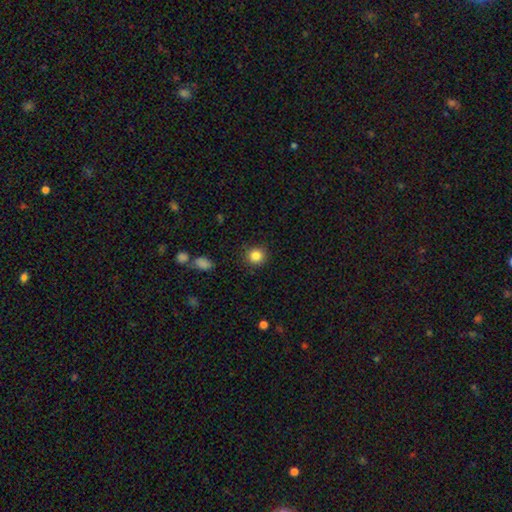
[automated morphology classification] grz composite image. It shows a smooth galaxy with no disk features (84%) that is round (91%). Merging: none (89%).